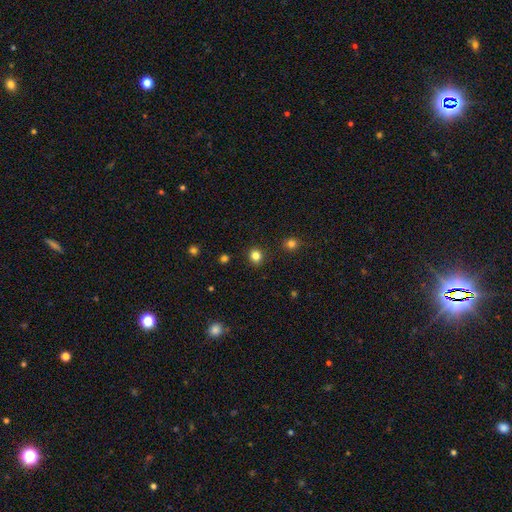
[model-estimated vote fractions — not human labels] Smooth or featured? Predicted: smooth (p=0.83). How rounded? Predicted: round (p=0.82). Merging? Predicted: none (p=0.90).